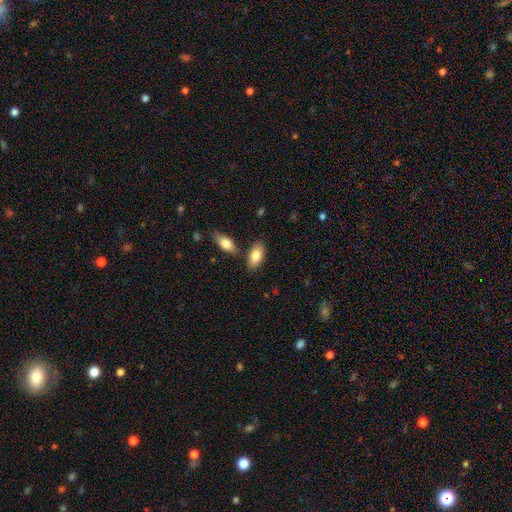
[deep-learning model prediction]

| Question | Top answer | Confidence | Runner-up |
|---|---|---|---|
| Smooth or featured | smooth | 83% | featured or disk (11%) |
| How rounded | in between | 93% | cigar-shaped (4%) |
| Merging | none | 75% | minor disturbance (12%) |